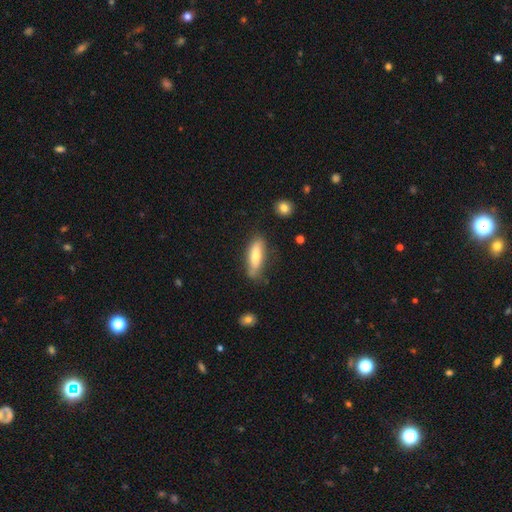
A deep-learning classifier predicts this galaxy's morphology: This is likely a smooth galaxy (63%). How rounded: possibly cigar-shaped (57%). Merging: likely none (72%).